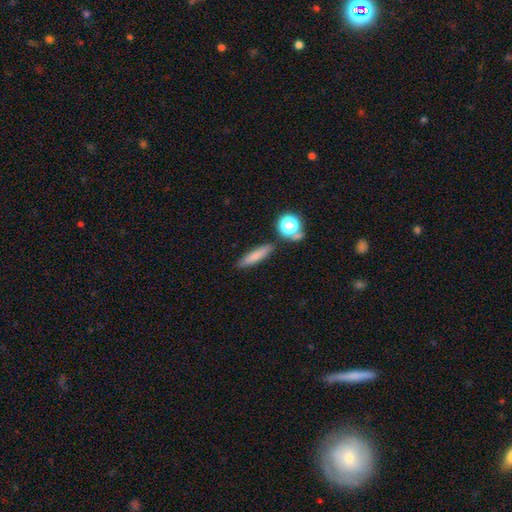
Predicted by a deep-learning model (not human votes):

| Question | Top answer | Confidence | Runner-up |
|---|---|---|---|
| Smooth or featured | smooth | 76% | featured or disk (14%) |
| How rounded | cigar-shaped | 77% | in between (17%) |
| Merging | none | 83% | minor disturbance (9%) |